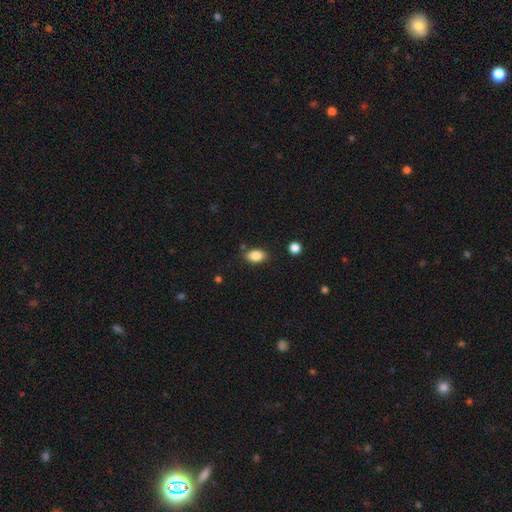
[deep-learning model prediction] This is clearly a smooth galaxy (86%). How rounded: clearly in between (88%). Merging: clearly none (82%).